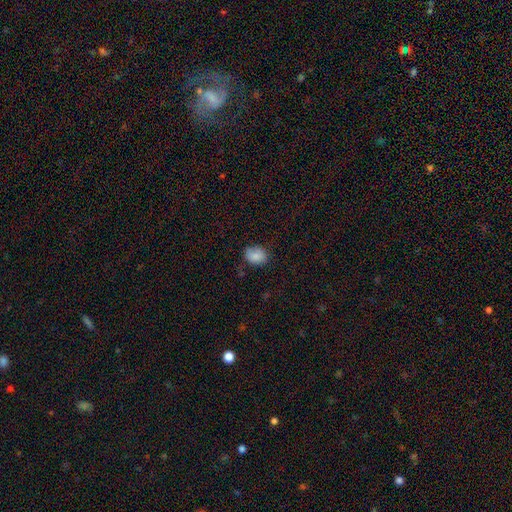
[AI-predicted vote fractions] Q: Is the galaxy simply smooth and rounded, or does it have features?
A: smooth — 84%.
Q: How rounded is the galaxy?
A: in between — 58%.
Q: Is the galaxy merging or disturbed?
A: none — 73%.